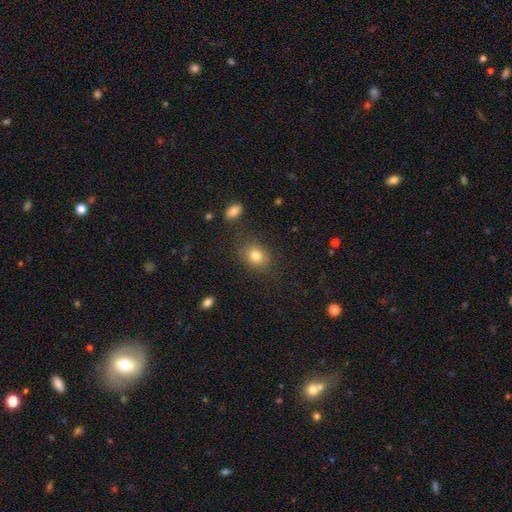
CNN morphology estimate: Q: Smooth or featured?
A: smooth (80%); runner-up: star or artifact (11%)
Q: How rounded?
A: in between (50%); runner-up: round (49%)
Q: Merging?
A: none (81%); runner-up: minor disturbance (12%)